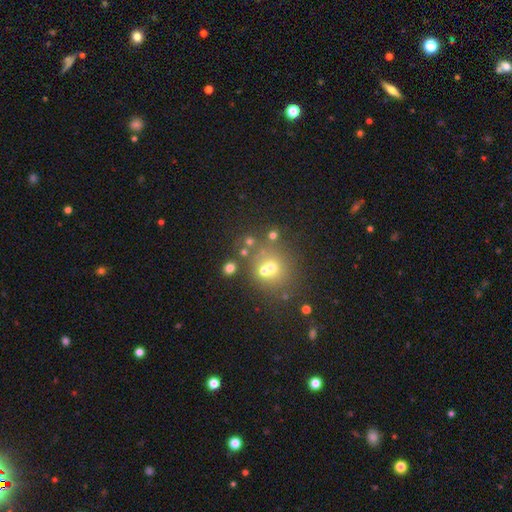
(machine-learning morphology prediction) This appears to be a smooth galaxy with no disk features (52%) that is round (81%). Merging: none (74%).